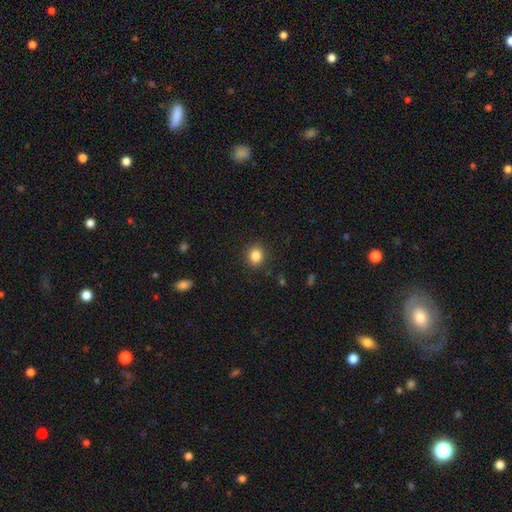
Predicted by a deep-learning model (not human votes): Overall: smooth (85%). How rounded: round (79%). Merging: none (89%).